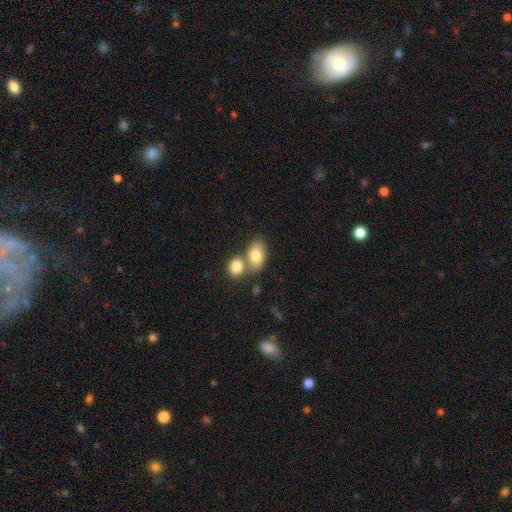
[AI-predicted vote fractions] Smooth or featured: smooth — 80% (featured or disk — 13%)
How rounded: in between — 83% (round — 15%)
Merging: merger — 49% (none — 38%)